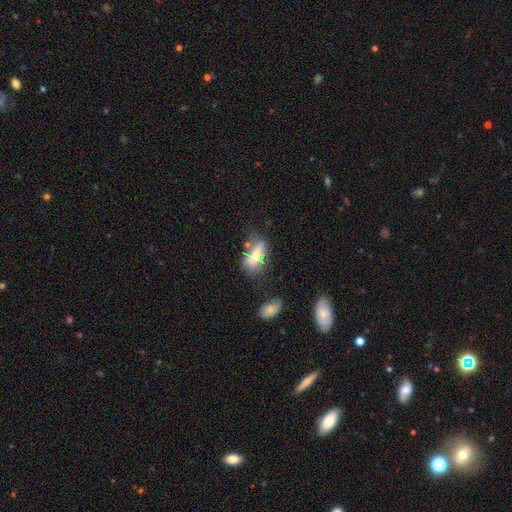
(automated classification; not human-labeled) smooth_or_featured: smooth (p=0.58) [alt: featured or disk p=0.31]
how_rounded: in between (p=0.76) [alt: cigar-shaped p=0.18]
merging: none (p=0.49) [alt: minor disturbance p=0.26]